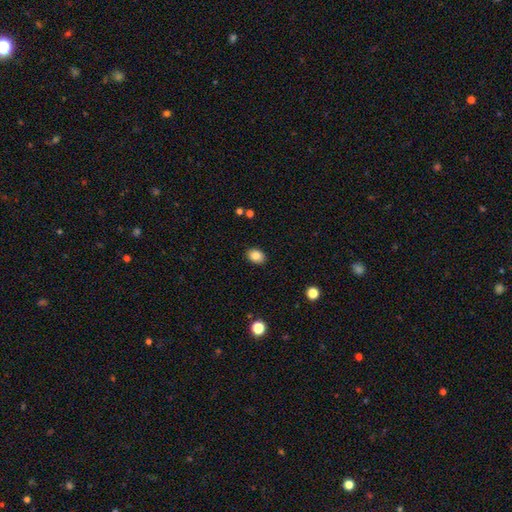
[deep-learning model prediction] smooth_or_featured: smooth (p=0.85) [alt: star or artifact p=0.09]
how_rounded: in between (p=0.73) [alt: round p=0.26]
merging: none (p=0.89) [alt: minor disturbance p=0.08]